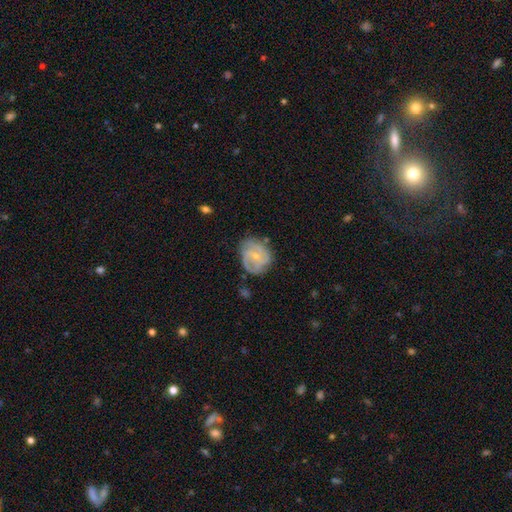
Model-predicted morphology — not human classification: This is likely a featured or disk galaxy (75%). It is clearly not viewed edge-on (98%). Bar: possibly no (55%). Spiral arm pattern: clearly yes (90%). Spiral arm count: marginally 2 (31%). Spiral winding: marginally tight (44%). Central bulge: likely small (71%). Merging: likely none (65%).